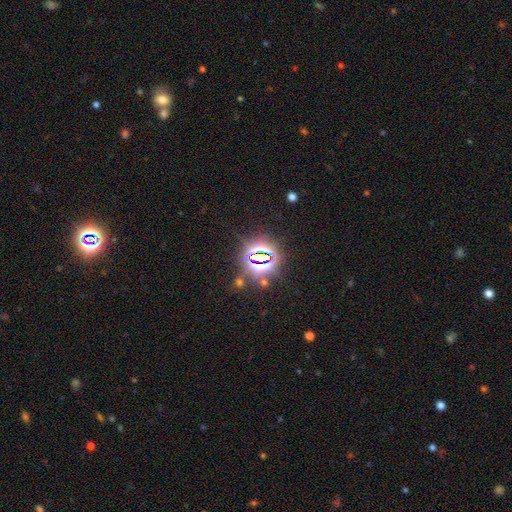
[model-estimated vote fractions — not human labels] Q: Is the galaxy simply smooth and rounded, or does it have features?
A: star or artifact — 80%.